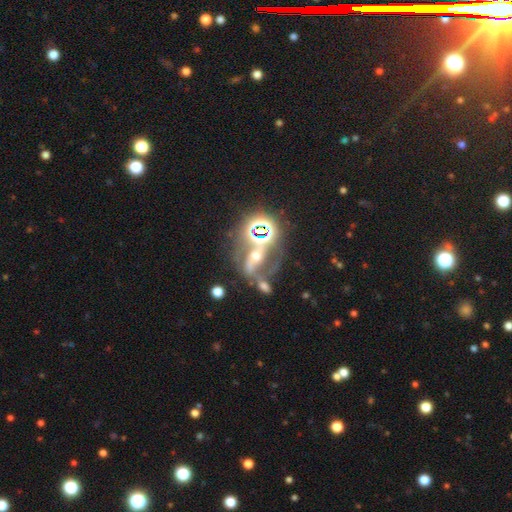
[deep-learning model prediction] This is possibly a featured or disk galaxy (57%). It is clearly not viewed edge-on (90%). Bar: possibly strong (47%). Spiral arm pattern: likely yes (74%). Central bulge: likely moderate (61%). Merging: marginally none (44%).